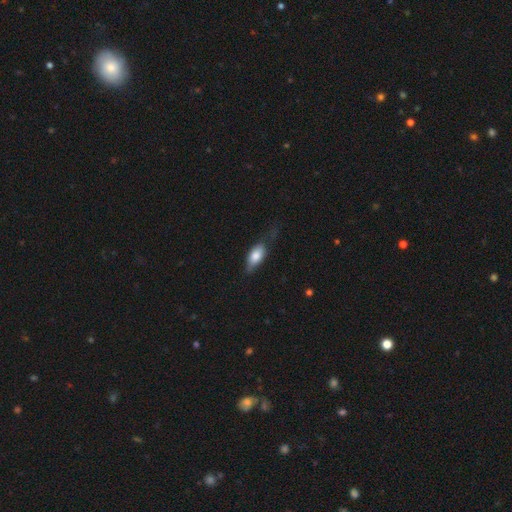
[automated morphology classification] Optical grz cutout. It shows a smooth galaxy with no disk features (75%) that is in between round and cigar-shaped (85%). Merging: none (46%).